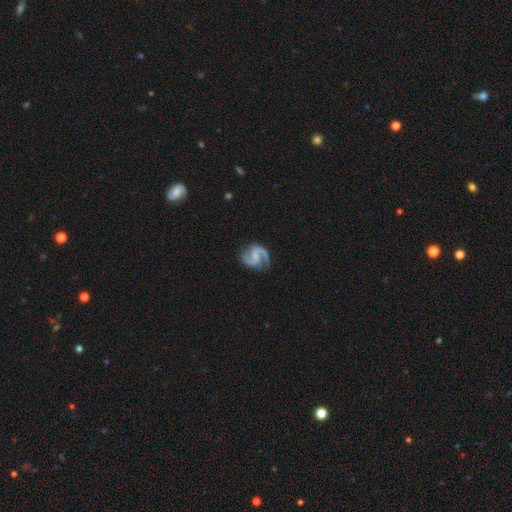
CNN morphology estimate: Smooth or featured: featured or disk — 92% (star or artifact — 4%)
Edge-on disk: no — 98% (yes — 2%)
Bar: weak — 45% (no — 40%)
Spiral arms: yes — 98% (no — 2%)
Spiral winding: medium — 63% (tight — 20%)
Spiral arm count: 2 — 94% (can't tell — 1%)
Bulge size: none — 41% (small — 38%)
Merging: none — 81% (minor disturbance — 13%)